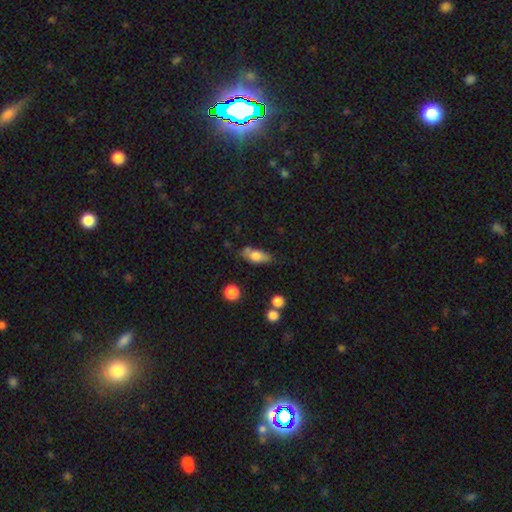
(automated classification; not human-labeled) smooth-or-featured: smooth: 72% | featured or disk: 20% | star or artifact: 8%
  how-rounded: in between: 79% | cigar-shaped: 15% | round: 6%
  merging: none: 61% | minor disturbance: 24% | merger: 9% | major disturbance: 6%